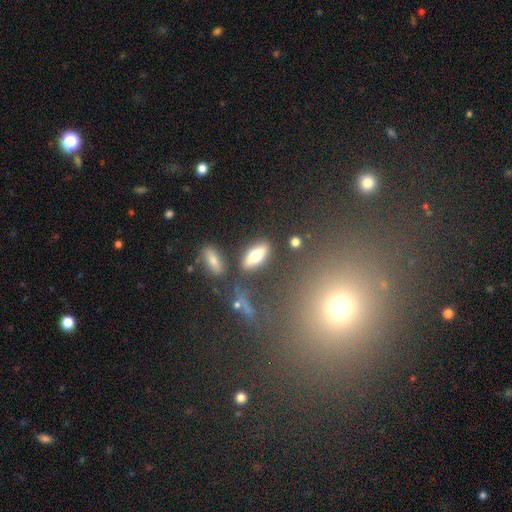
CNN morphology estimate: smooth-or-featured: smooth: 63% | featured or disk: 28% | star or artifact: 9%
  how-rounded: in between: 66% | cigar-shaped: 29% | round: 5%
  merging: none: 77% | minor disturbance: 12% | merger: 6% | major disturbance: 4%